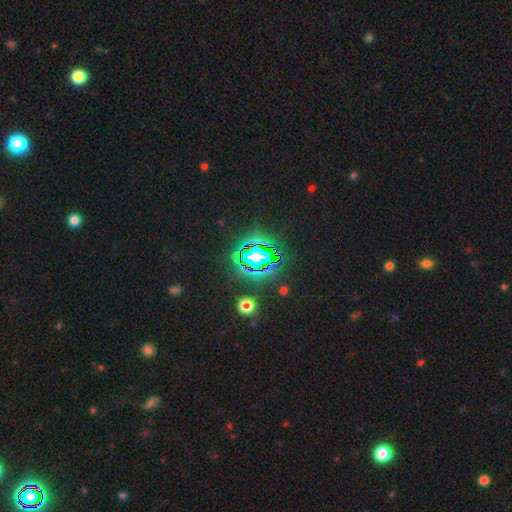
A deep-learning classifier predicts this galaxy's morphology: Q: Smooth or featured?
A: star or artifact (74%); runner-up: smooth (14%)